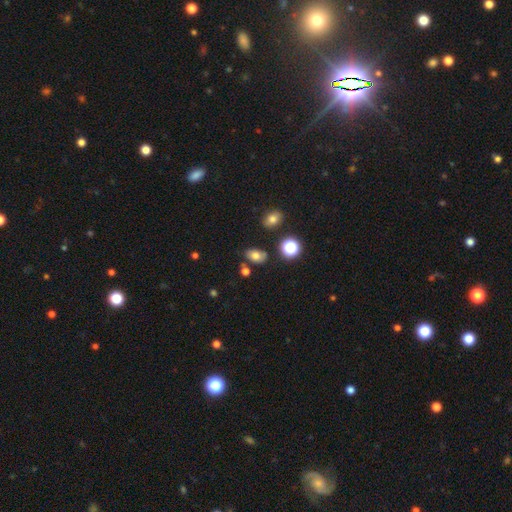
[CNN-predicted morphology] Smooth or featured?
  - smooth: 73% *
  - star or artifact: 14%
  - featured or disk: 12%
How rounded?
  - in between: 83% *
  - round: 16%
  - cigar-shaped: 1%
Merging?
  - none: 76% *
  - minor disturbance: 14%
  - merger: 6%
  - major disturbance: 4%